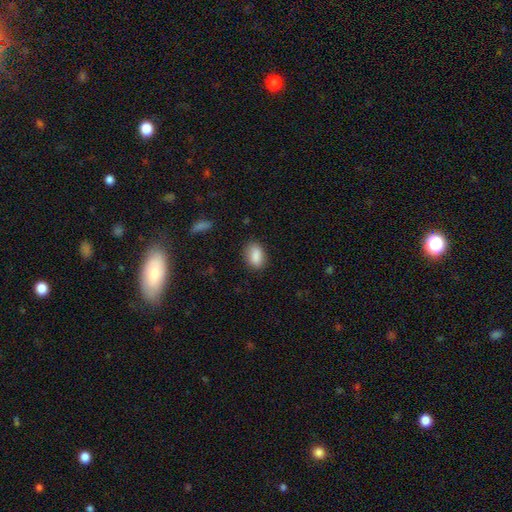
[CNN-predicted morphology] A smooth galaxy with no disk features (87%) that is in between round and cigar-shaped (87%).

Vote fractions:
- Smooth or featured? smooth: 87% / star or artifact: 8% / featured or disk: 5%
- How rounded? in between: 87% / round: 10% / cigar-shaped: 3%
- Merging? none: 80% / minor disturbance: 15% / major disturbance: 4% / merger: 1%